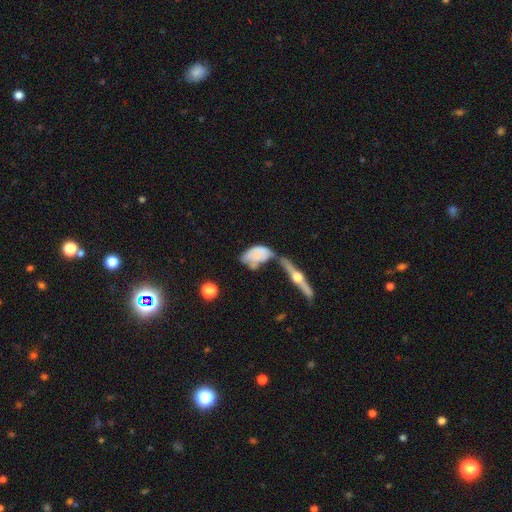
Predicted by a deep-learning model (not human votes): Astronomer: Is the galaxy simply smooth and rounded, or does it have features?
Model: smooth — 52% (runner-up: featured or disk, 40%).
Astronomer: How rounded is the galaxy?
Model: in between — 88%.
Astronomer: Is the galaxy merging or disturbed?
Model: merger — 34% (runner-up: none, 27%).